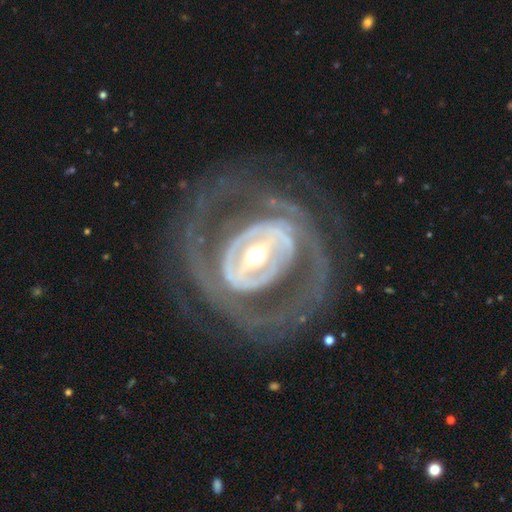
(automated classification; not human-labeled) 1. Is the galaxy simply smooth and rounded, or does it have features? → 87% featured or disk, 8% smooth, 5% star or artifact.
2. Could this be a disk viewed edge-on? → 95% no, 5% yes.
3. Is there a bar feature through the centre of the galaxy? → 61% strong, 26% weak, 13% no.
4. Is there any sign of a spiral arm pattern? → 74% yes, 26% no.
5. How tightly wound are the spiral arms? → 52% tight, 34% medium, 14% loose.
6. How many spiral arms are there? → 50% 2, 27% can't tell, 9% 3, 6% 1, 5% 4, 4% more than 4.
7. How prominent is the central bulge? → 54% moderate, 35% small, 9% large, 1% dominant, 1% none.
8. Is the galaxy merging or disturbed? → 67% none, 19% major disturbance, 12% minor disturbance, 1% merger.